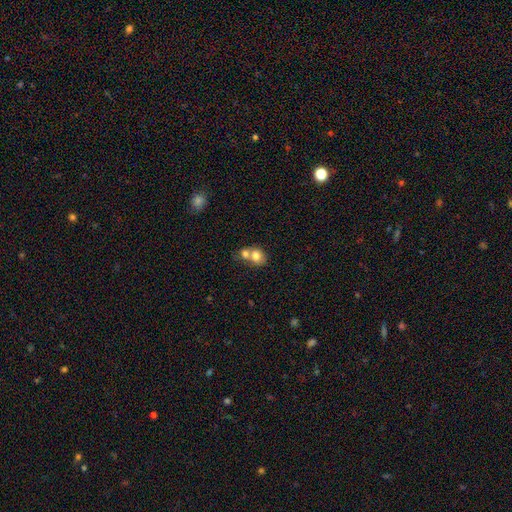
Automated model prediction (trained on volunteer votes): smooth 75%, featured or disk 16%, star or artifact 9%. Down the decision tree: how rounded — round (61%); merging — merger (64%).